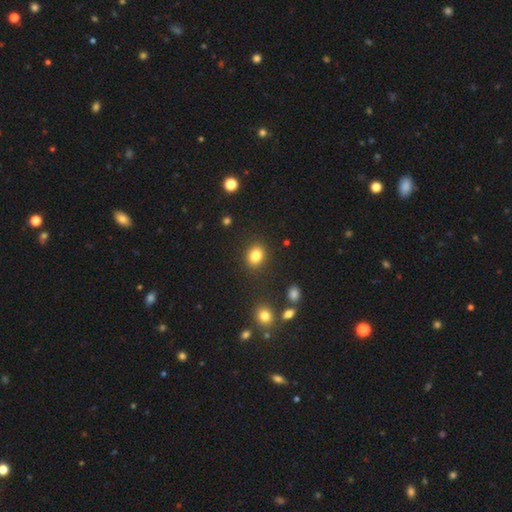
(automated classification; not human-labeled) The model was most divided on "how rounded": round: 52%, in between: 47%, cigar-shaped: 1%. More confident: merging — none (87%); smooth or featured — smooth (83%).